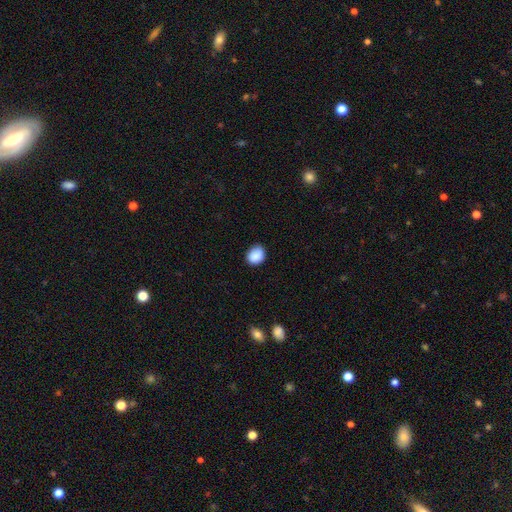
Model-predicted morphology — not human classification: Smooth or featured? smooth (89%)
How rounded? in between (54%)
Merging? none (83%)